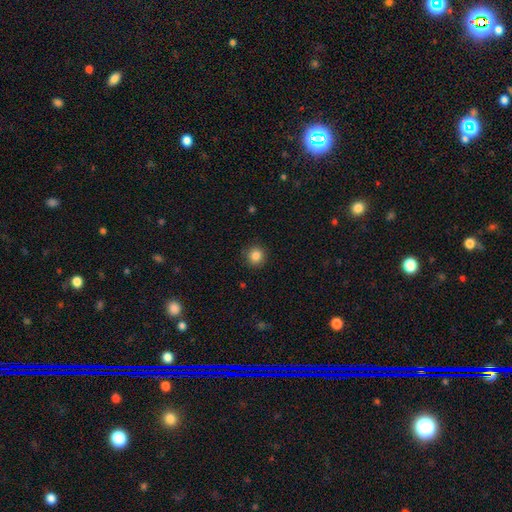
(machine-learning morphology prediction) A smooth galaxy with no disk features (85%) that is round (93%).

Vote fractions:
- Smooth or featured? smooth: 85% / star or artifact: 10% / featured or disk: 4%
- How rounded? round: 93% / in between: 6% / cigar-shaped: 1%
- Merging? none: 90% / minor disturbance: 7% / major disturbance: 2% / merger: 1%